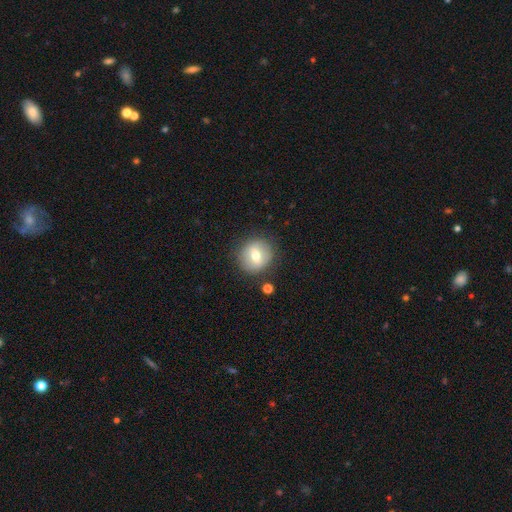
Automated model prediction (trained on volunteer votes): This appears to be a smooth galaxy with no disk features (60%) that is round (89%). Merging: none (85%).